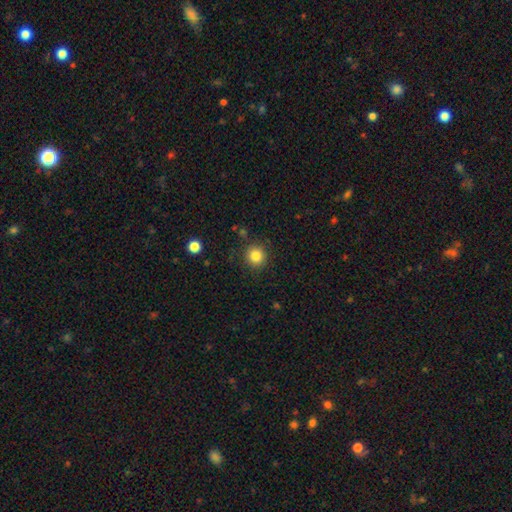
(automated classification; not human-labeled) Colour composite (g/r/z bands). It shows a smooth galaxy with no disk features (84%) that is round (92%). Merging: none (88%).